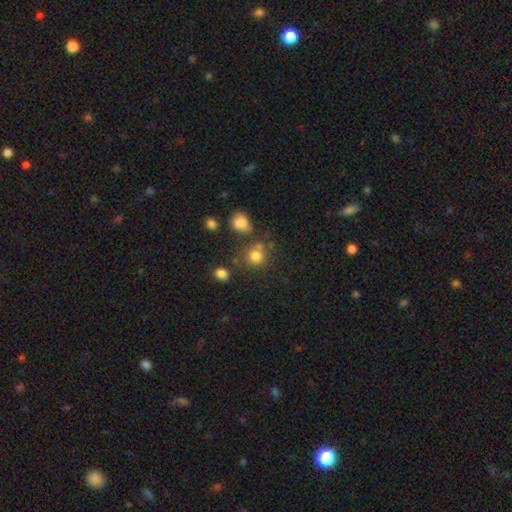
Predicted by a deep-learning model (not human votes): A smooth galaxy with no disk features (78%) that is round (86%).

Vote fractions:
- Smooth or featured? smooth: 78% / star or artifact: 15% / featured or disk: 7%
- How rounded? round: 86% / in between: 13% / cigar-shaped: 1%
- Merging? none: 66% / merger: 16% / minor disturbance: 13% / major disturbance: 6%